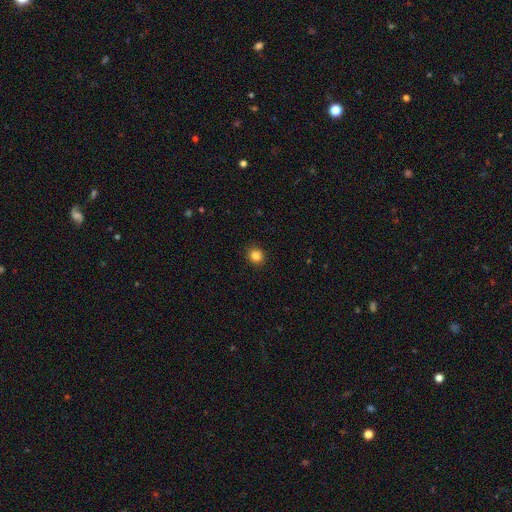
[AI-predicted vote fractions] Smooth or featured? smooth (85%)
How rounded? round (88%)
Merging? none (92%)